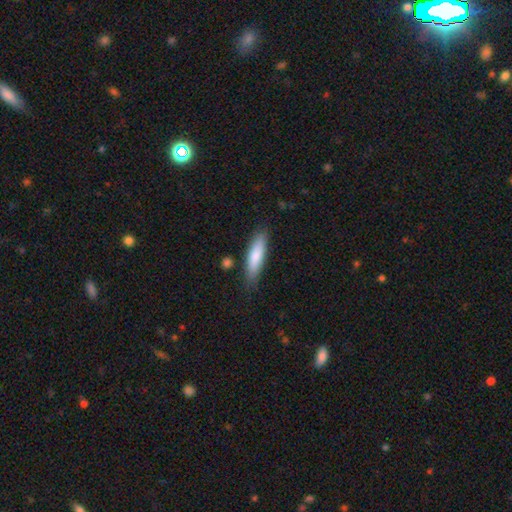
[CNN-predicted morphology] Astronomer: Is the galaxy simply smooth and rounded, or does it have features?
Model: smooth — 80%.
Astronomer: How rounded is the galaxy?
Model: cigar-shaped — 70%.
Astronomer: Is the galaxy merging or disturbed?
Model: none — 82%.